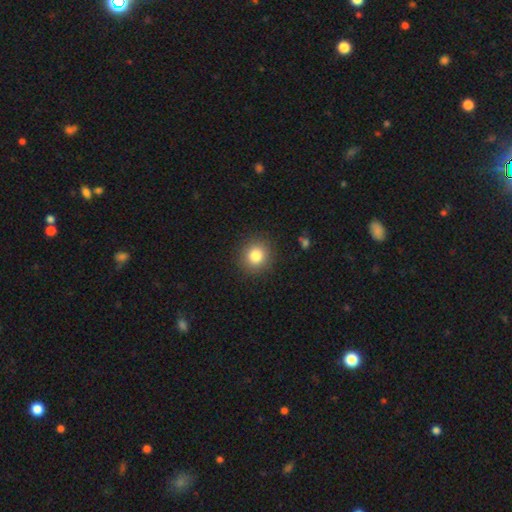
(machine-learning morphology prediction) type=smooth (82%); roundness=round (89%); merging=none (90%).